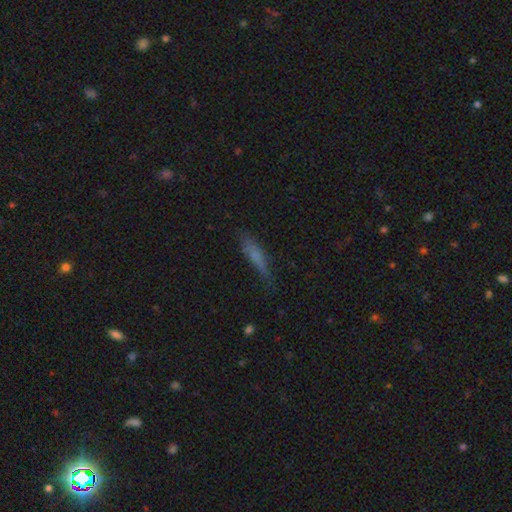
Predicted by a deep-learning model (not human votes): Overall: smooth (57%; featured or disk 30%). How rounded: cigar-shaped (82%). Merging: none (67%).